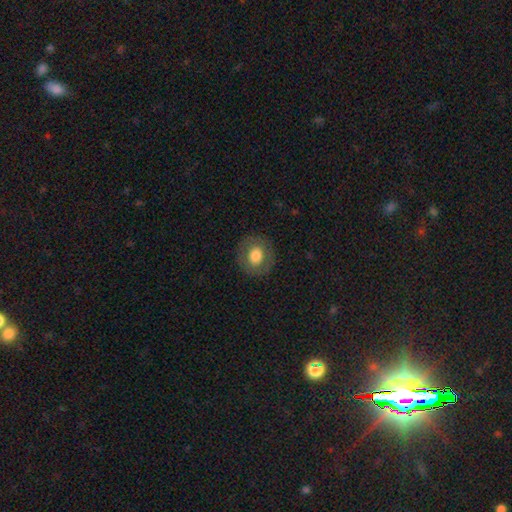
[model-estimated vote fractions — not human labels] Smooth or featured?
  - smooth: 70% *
  - featured or disk: 22%
  - star or artifact: 8%
How rounded?
  - round: 77% *
  - in between: 23%
  - cigar-shaped: 1%
Merging?
  - none: 85% *
  - minor disturbance: 10%
  - major disturbance: 4%
  - merger: 1%